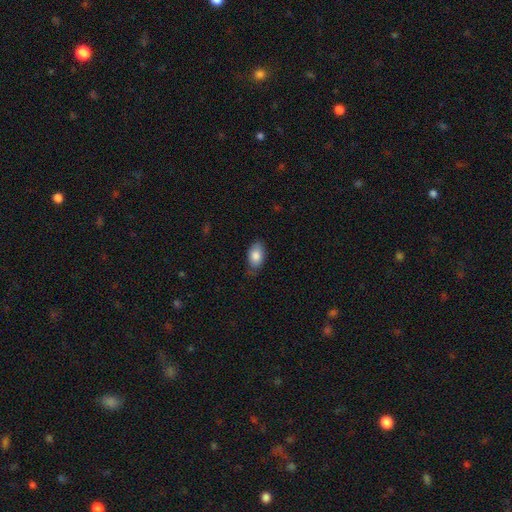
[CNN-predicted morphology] smooth 83%, featured or disk 10%, star or artifact 7%. Down the decision tree: how rounded — in between (92%); merging — none (72%).